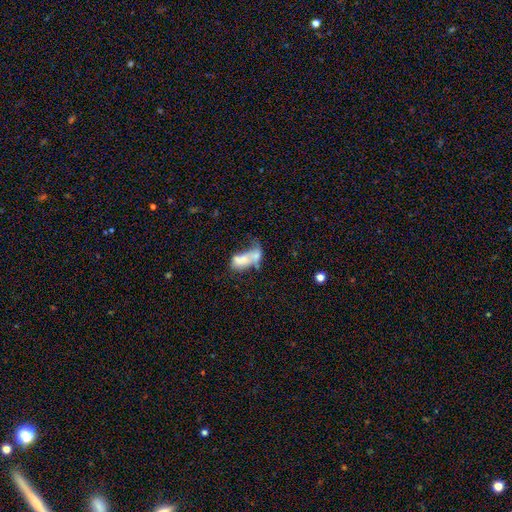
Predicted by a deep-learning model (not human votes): This is possibly a smooth galaxy (54%). How rounded: clearly in between (84%). Merging: likely merger (61%).